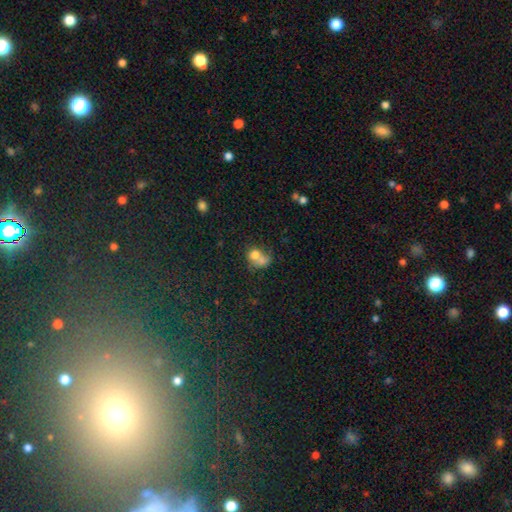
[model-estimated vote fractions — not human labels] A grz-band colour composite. It shows a smooth galaxy with no disk features (69%) that is round (60%). Merging: merger (62%).